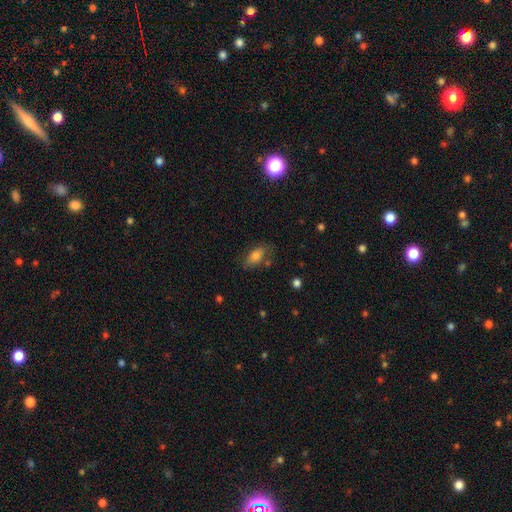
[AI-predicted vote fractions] Morphology: type=smooth (76%); roundness=in between (86%); merging=none (70%).